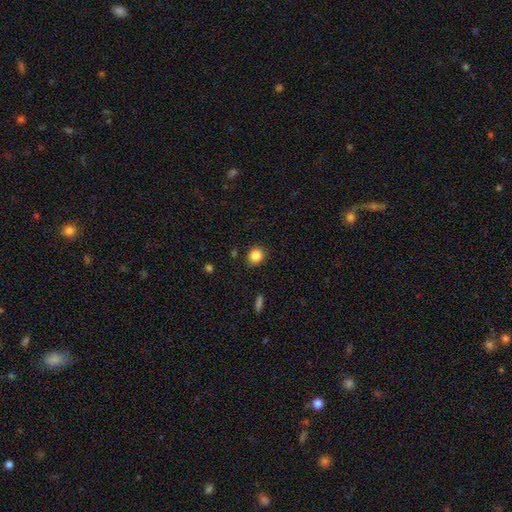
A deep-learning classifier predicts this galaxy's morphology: smooth_or_featured: smooth (p=0.85) [alt: star or artifact p=0.10]
how_rounded: round (p=0.83) [alt: in between p=0.17]
merging: none (p=0.83) [alt: minor disturbance p=0.12]